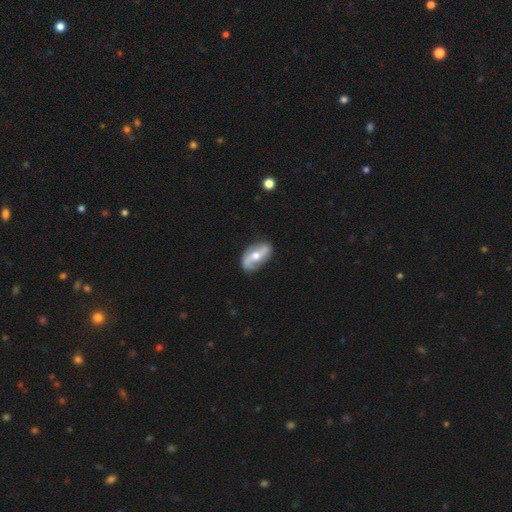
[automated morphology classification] Smooth or featured? featured or disk (73%)
Edge-on disk? no (93%)
Bar? no (39%)
Spiral arms? yes (84%)
Spiral winding? loose (60%)
Spiral arm count? 2 (88%)
Bulge size? moderate (73%)
Merging? none (80%)